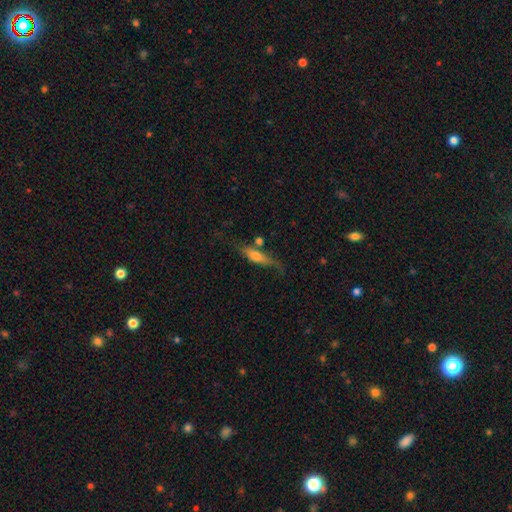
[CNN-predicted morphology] Smooth or featured? smooth (56%)
How rounded? cigar-shaped (63%)
Merging? none (56%)